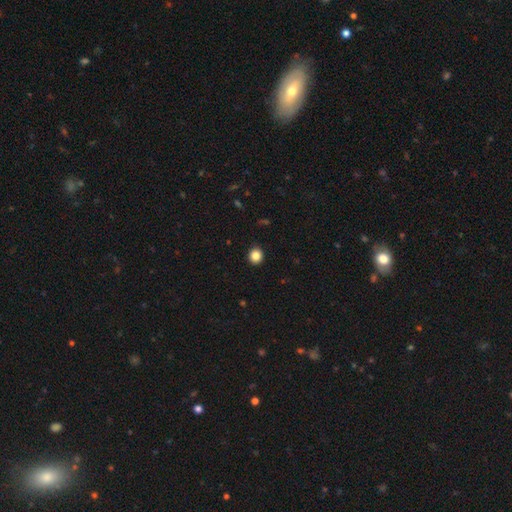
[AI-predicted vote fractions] smooth-or-featured: smooth: 86% | star or artifact: 10% | featured or disk: 4%
  how-rounded: round: 86% | in between: 13% | cigar-shaped: 1%
  merging: none: 92% | minor disturbance: 5% | major disturbance: 2% | merger: 1%